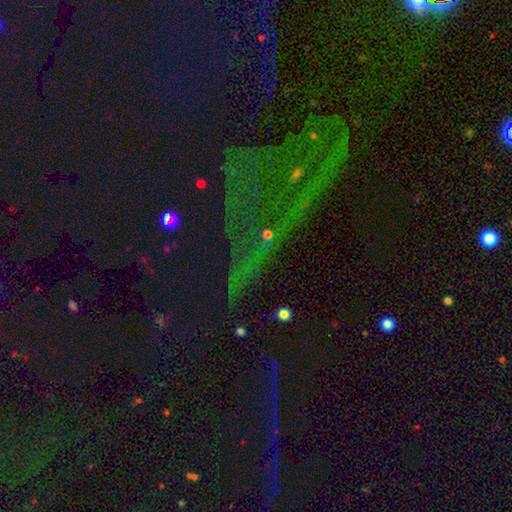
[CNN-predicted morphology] smooth-or-featured: star or artifact: 79% | smooth: 11% | featured or disk: 10%